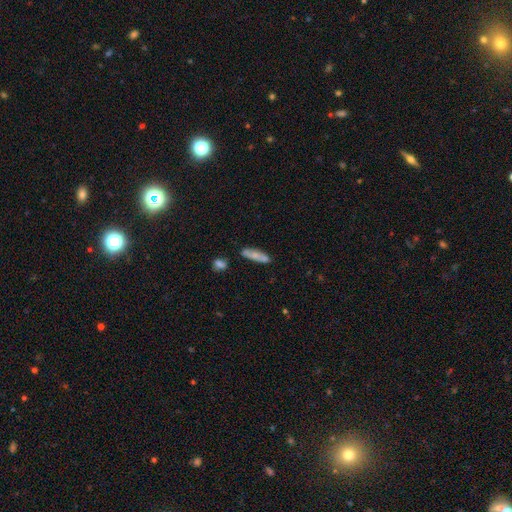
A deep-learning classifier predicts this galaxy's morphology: This appears to be a smooth galaxy with no disk features (66%) that is cigar-shaped (60%). Merging: none (74%).